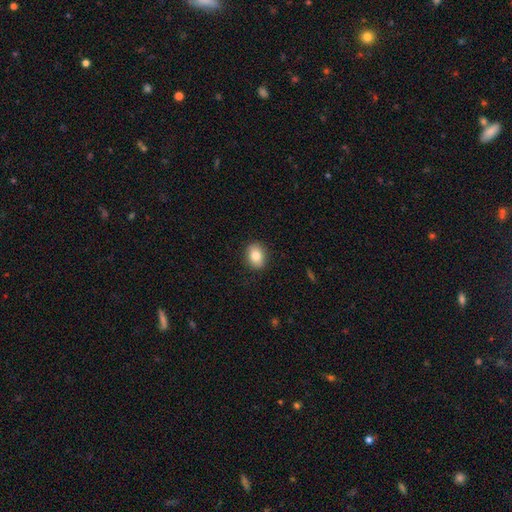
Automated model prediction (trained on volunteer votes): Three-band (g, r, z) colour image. It shows a smooth galaxy with no disk features (84%) that is in between round and cigar-shaped (65%). Merging: none (89%).